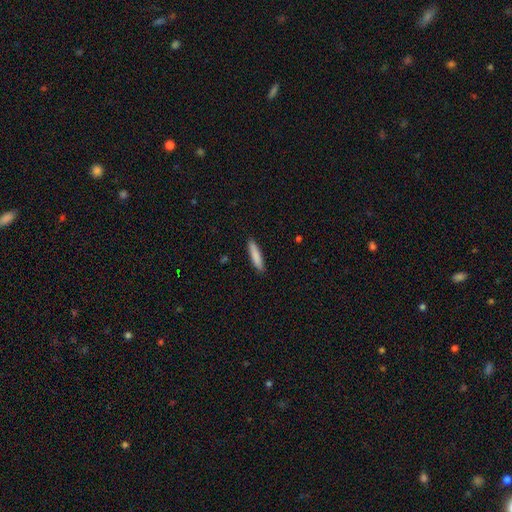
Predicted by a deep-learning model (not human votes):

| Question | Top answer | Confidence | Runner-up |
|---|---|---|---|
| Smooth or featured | smooth | 85% | featured or disk (9%) |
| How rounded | cigar-shaped | 86% | in between (13%) |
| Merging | none | 89% | minor disturbance (8%) |